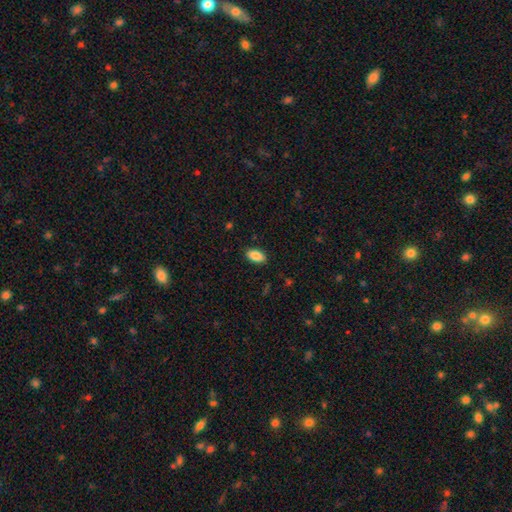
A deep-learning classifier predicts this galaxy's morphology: This appears to be a smooth galaxy with no disk features (88%) that is in between round and cigar-shaped (93%). Merging: none (88%).